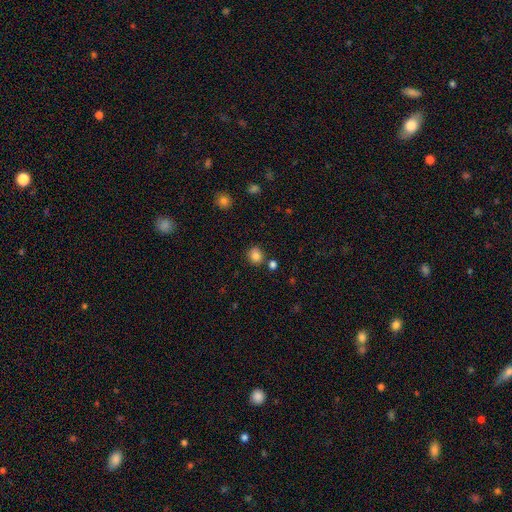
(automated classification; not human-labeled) smooth-or-featured: smooth: 83% | star or artifact: 11% | featured or disk: 5%
  how-rounded: round: 80% | in between: 19% | cigar-shaped: 1%
  merging: none: 78% | minor disturbance: 11% | merger: 7% | major disturbance: 3%